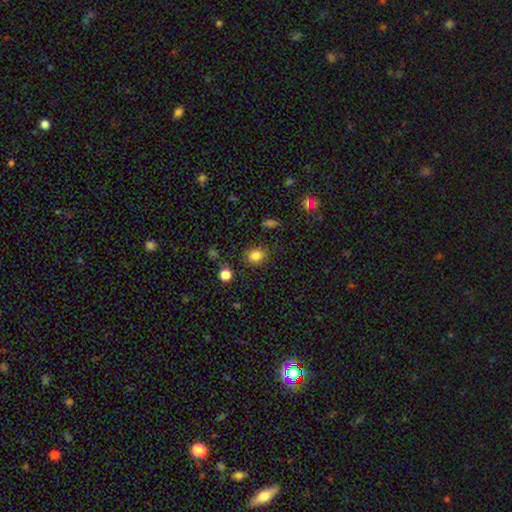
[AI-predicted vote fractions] smooth_or_featured: smooth (p=0.83) [alt: star or artifact p=0.12]
how_rounded: round (p=0.59) [alt: in between p=0.40]
merging: none (p=0.84) [alt: minor disturbance p=0.11]